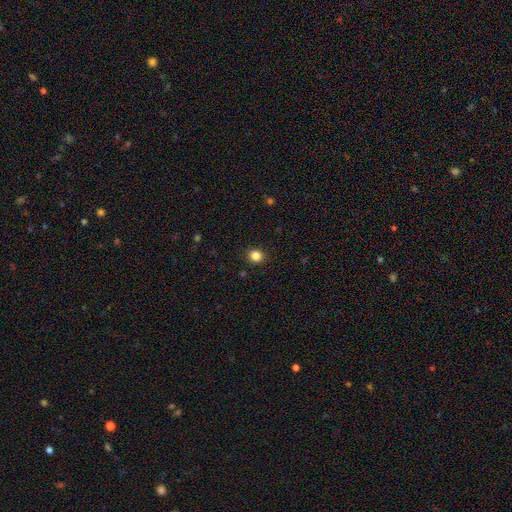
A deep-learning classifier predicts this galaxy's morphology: Smooth or featured?
  - smooth: 84% *
  - star or artifact: 12%
  - featured or disk: 4%
How rounded?
  - round: 82% *
  - in between: 17%
  - cigar-shaped: 1%
Merging?
  - none: 91% *
  - minor disturbance: 6%
  - major disturbance: 2%
  - merger: 1%